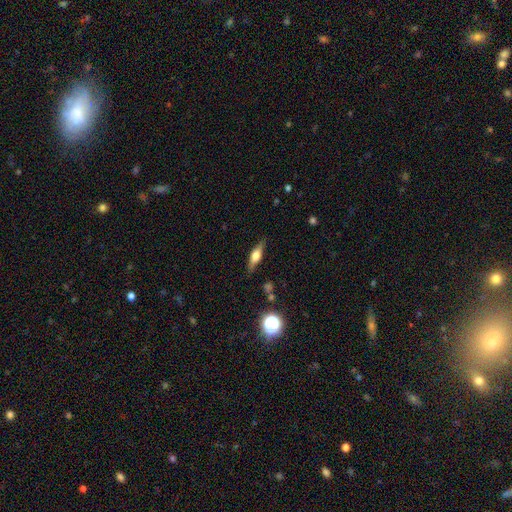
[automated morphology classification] smooth_or_featured: featured or disk (p=0.53) [alt: smooth p=0.39]
disk_edge_on: yes (p=0.92) [alt: no p=0.08]
merging: none (p=0.84) [alt: minor disturbance p=0.12]